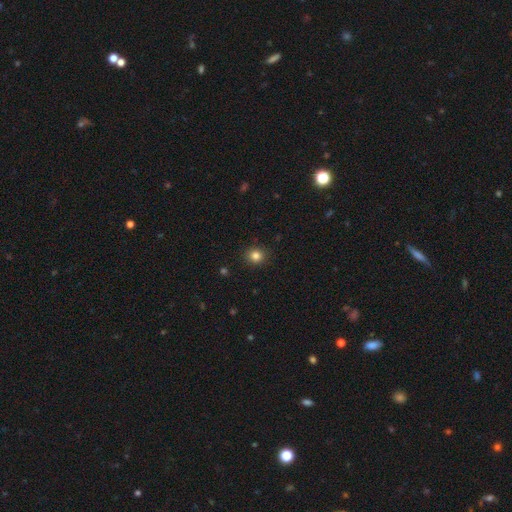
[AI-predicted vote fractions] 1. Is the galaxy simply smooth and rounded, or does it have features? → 83% smooth, 12% star or artifact, 5% featured or disk.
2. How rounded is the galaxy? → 86% round, 13% in between, 1% cigar-shaped.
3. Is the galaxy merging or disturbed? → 90% none, 6% minor disturbance, 2% major disturbance, 1% merger.